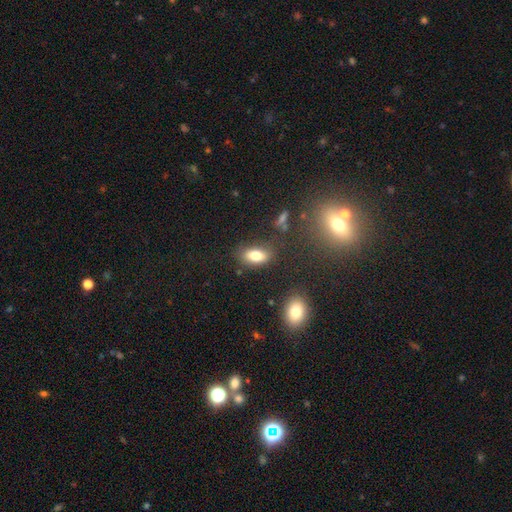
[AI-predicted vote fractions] Smooth or featured?
  - smooth: 81% *
  - featured or disk: 10%
  - star or artifact: 9%
How rounded?
  - in between: 89% *
  - round: 6%
  - cigar-shaped: 6%
Merging?
  - none: 74% *
  - minor disturbance: 17%
  - major disturbance: 5%
  - merger: 5%